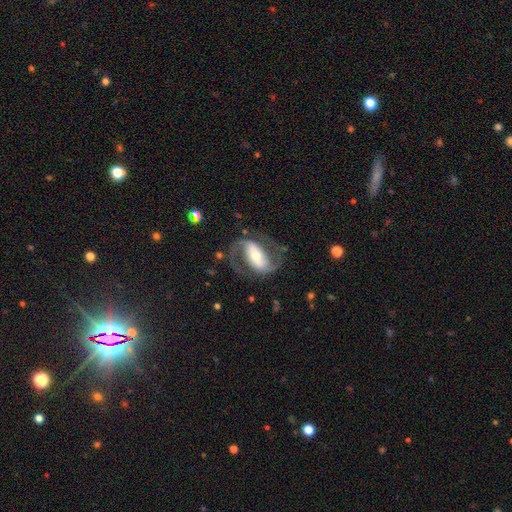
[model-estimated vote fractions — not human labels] smooth_or_featured: featured or disk (p=0.87) [alt: smooth p=0.08]
disk_edge_on: no (p=0.96) [alt: yes p=0.04]
bar: strong (p=0.57) [alt: weak p=0.27]
has_spiral_arms: yes (p=0.95) [alt: no p=0.05]
spiral_winding: medium (p=0.53) [alt: loose p=0.31]
spiral_arm_count: 2 (p=0.92) [alt: 1 p=0.02]
bulge_size: moderate (p=0.49) [alt: small p=0.35]
merging: none (p=0.74) [alt: minor disturbance p=0.13]